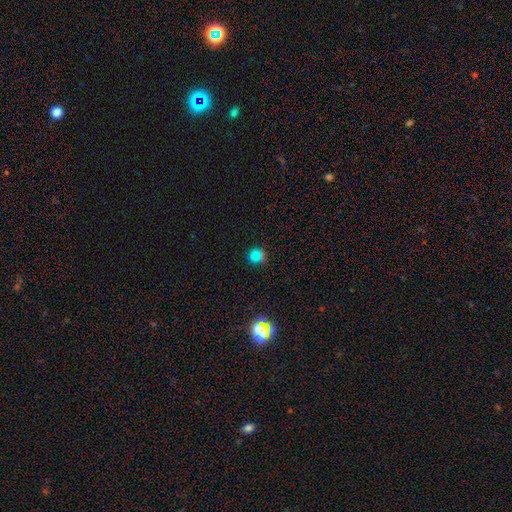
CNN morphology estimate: Smooth or featured? smooth (71%)
How rounded? round (91%)
Merging? none (76%)